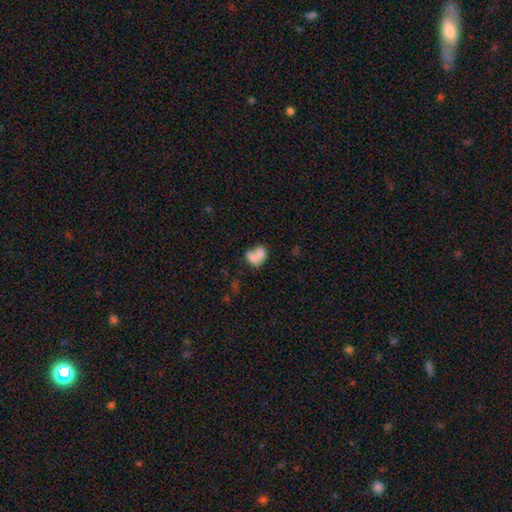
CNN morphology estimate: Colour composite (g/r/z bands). It shows a smooth galaxy with no disk features (72%) that is in between round and cigar-shaped (63%). Merging: merger (52%).